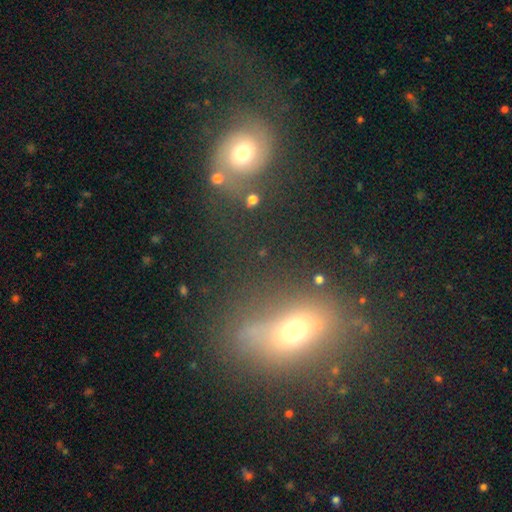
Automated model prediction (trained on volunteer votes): smooth-or-featured: smooth: 48% | featured or disk: 29% | star or artifact: 23%
  merging: none: 56% | minor disturbance: 16% | merger: 15% | major disturbance: 13%